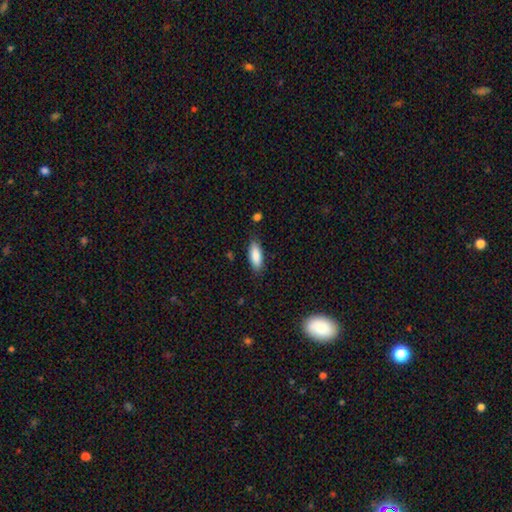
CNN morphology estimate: Smooth or featured?
  - smooth: 87% *
  - featured or disk: 7%
  - star or artifact: 6%
How rounded?
  - in between: 70% *
  - cigar-shaped: 28%
  - round: 2%
Merging?
  - none: 82% *
  - minor disturbance: 13%
  - major disturbance: 3%
  - merger: 2%